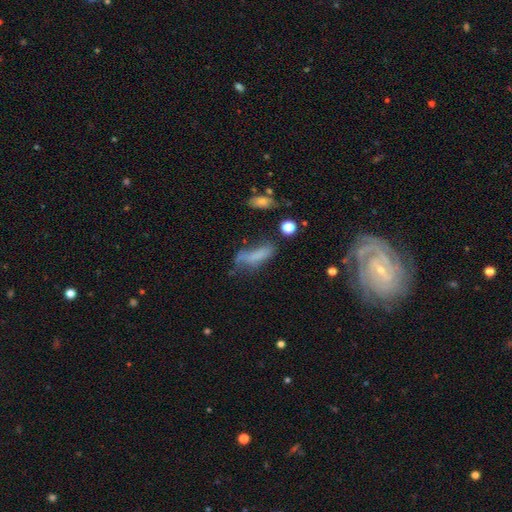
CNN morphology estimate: Smooth or featured?
  - smooth: 59% *
  - featured or disk: 26%
  - star or artifact: 15%
How rounded?
  - in between: 54% *
  - cigar-shaped: 42%
  - round: 4%
Merging?
  - none: 33% *
  - major disturbance: 30%
  - minor disturbance: 27%
  - merger: 10%